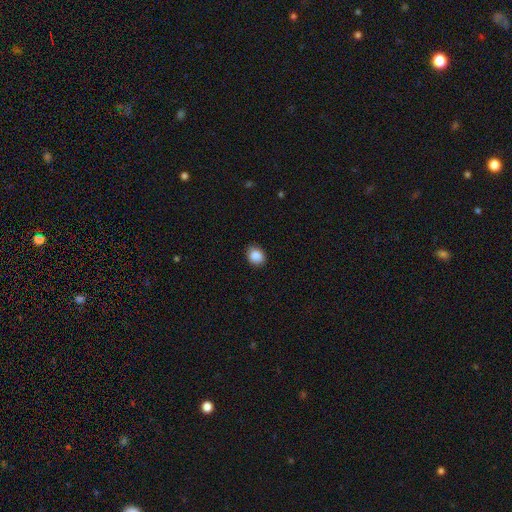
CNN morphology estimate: smooth-or-featured: smooth: 89% | star or artifact: 8% | featured or disk: 3%
  how-rounded: round: 57% | in between: 42% | cigar-shaped: 1%
  merging: none: 86% | minor disturbance: 11% | major disturbance: 2% | merger: 1%